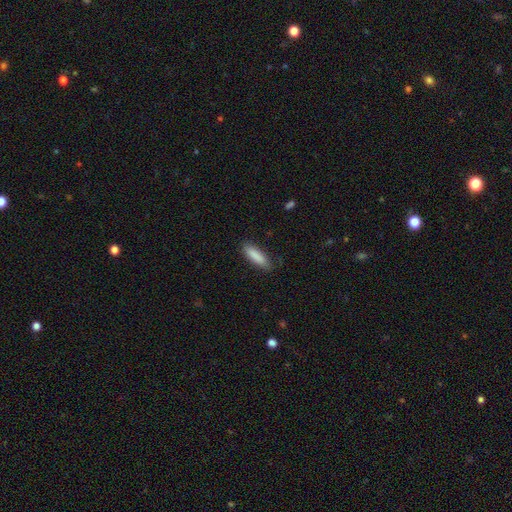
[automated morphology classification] Smooth or featured: smooth — 87% (featured or disk — 7%)
How rounded: cigar-shaped — 64% (in between — 35%)
Merging: none — 82% (minor disturbance — 14%)